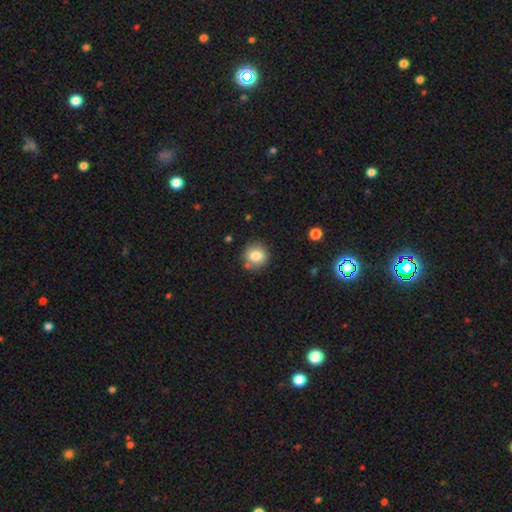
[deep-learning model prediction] Smooth or featured?
  - smooth: 81% *
  - star or artifact: 10%
  - featured or disk: 9%
How rounded?
  - round: 88% *
  - in between: 11%
  - cigar-shaped: 1%
Merging?
  - none: 81% *
  - minor disturbance: 12%
  - merger: 5%
  - major disturbance: 3%